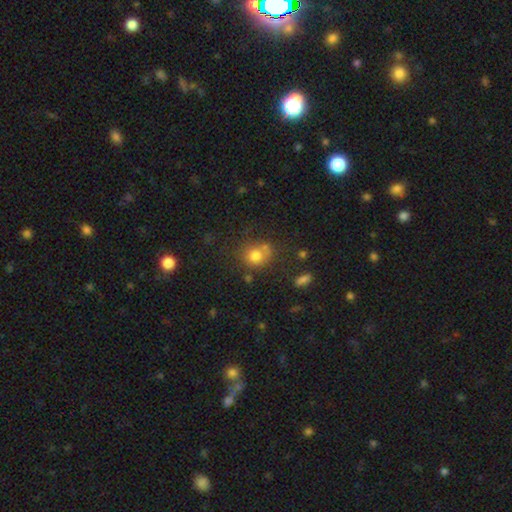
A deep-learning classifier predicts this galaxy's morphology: This is likely a smooth galaxy (76%). How rounded: likely round (73%). Merging: possibly none (57%).